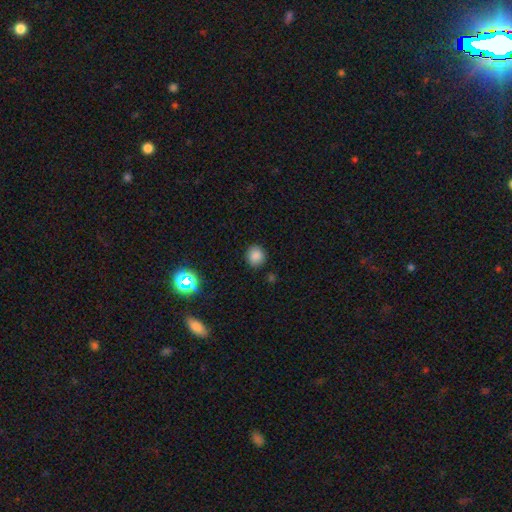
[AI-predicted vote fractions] Smooth or featured?
  - smooth: 84% *
  - star or artifact: 12%
  - featured or disk: 4%
How rounded?
  - round: 84% *
  - in between: 15%
  - cigar-shaped: 1%
Merging?
  - none: 89% *
  - minor disturbance: 8%
  - major disturbance: 2%
  - merger: 2%